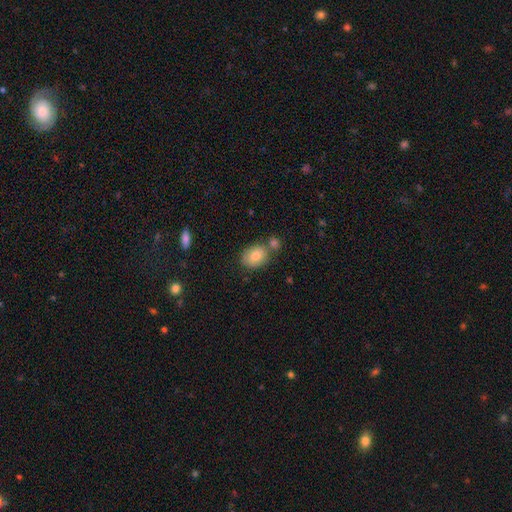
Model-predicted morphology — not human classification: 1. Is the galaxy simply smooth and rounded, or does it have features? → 80% smooth, 12% featured or disk, 8% star or artifact.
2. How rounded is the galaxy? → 57% in between, 42% round, 1% cigar-shaped.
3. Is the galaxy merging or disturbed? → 63% none, 20% merger, 13% minor disturbance, 3% major disturbance.